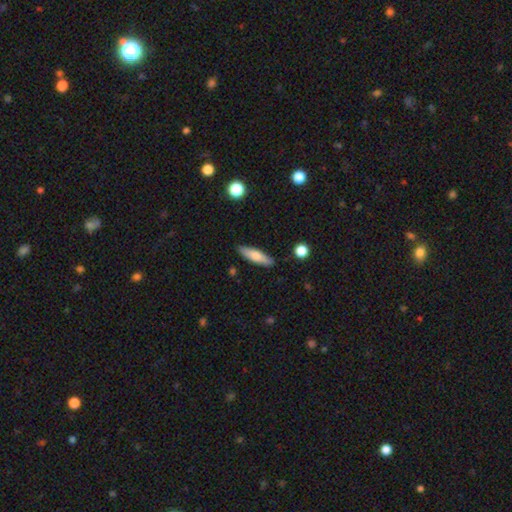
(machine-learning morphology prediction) This is likely a smooth galaxy (71%). How rounded: likely cigar-shaped (66%). Merging: clearly none (87%).